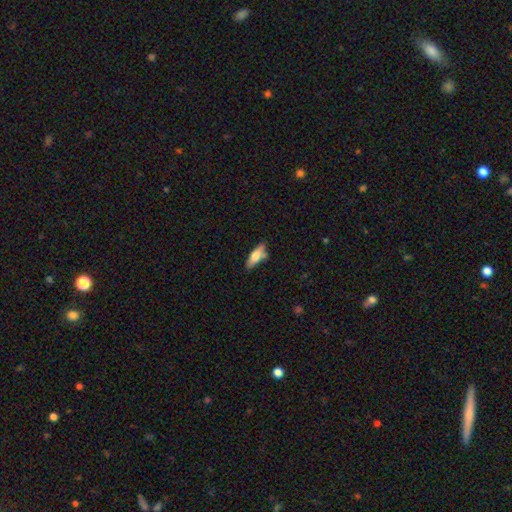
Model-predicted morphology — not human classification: Overall: smooth (63%; featured or disk 31%). How rounded: in between (53%; cigar-shaped 45%). Merging: none (67%).